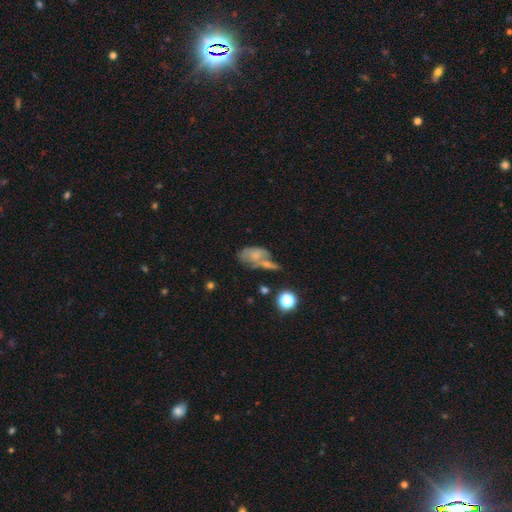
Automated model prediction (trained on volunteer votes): Smooth or featured? Predicted: smooth (p=0.57). How rounded? Predicted: in between (p=0.85). Merging? Predicted: merger (p=0.40).